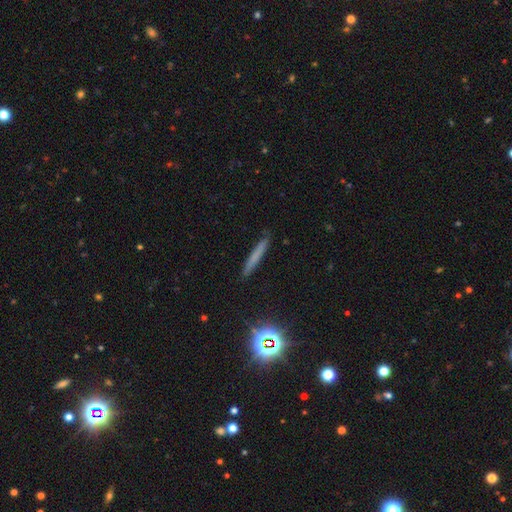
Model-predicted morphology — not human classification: A smooth galaxy with no disk features (60%) that is cigar-shaped (95%). Merging: none (89%).